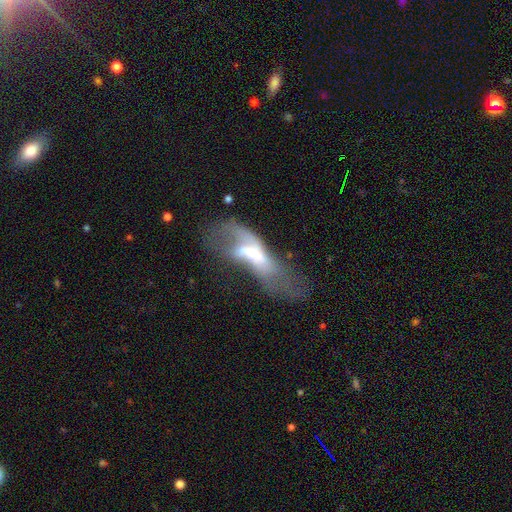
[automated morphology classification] type=featured or disk (59%); edge-on=no (83%); merging=major disturbance (44%).